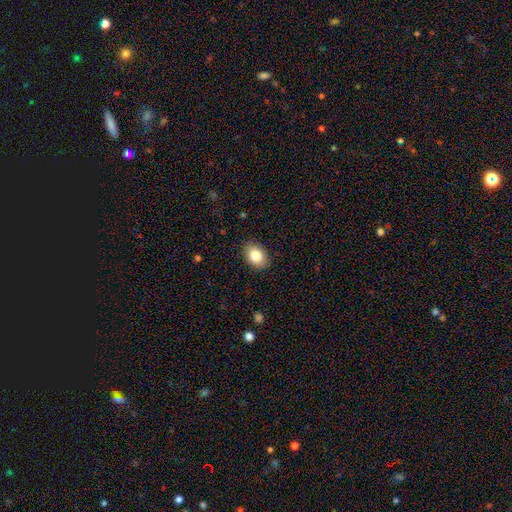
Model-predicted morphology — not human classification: Smooth or featured? smooth (84%)
How rounded? in between (81%)
Merging? none (88%)